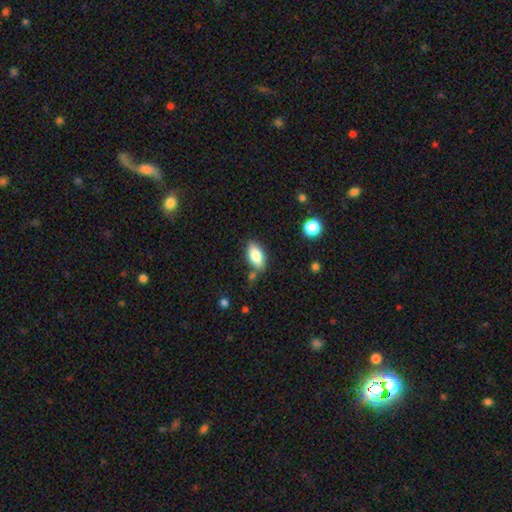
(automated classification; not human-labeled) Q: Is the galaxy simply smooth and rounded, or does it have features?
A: smooth — 82%.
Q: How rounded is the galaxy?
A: in between — 90%.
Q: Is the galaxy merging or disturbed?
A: none — 76%.